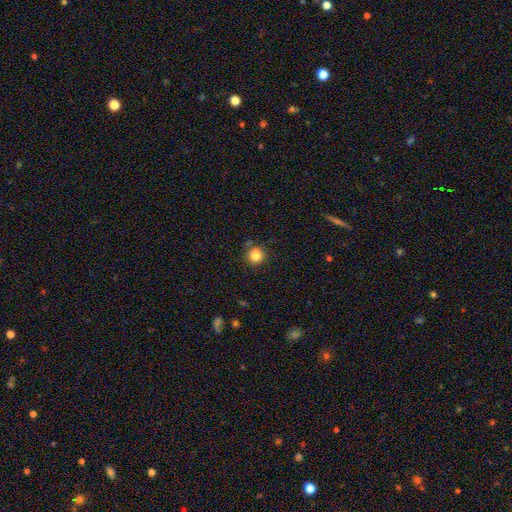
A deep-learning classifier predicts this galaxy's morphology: smooth_or_featured: smooth (p=0.84) [alt: star or artifact p=0.11]
how_rounded: round (p=0.91) [alt: in between p=0.08]
merging: none (p=0.78) [alt: minor disturbance p=0.14]